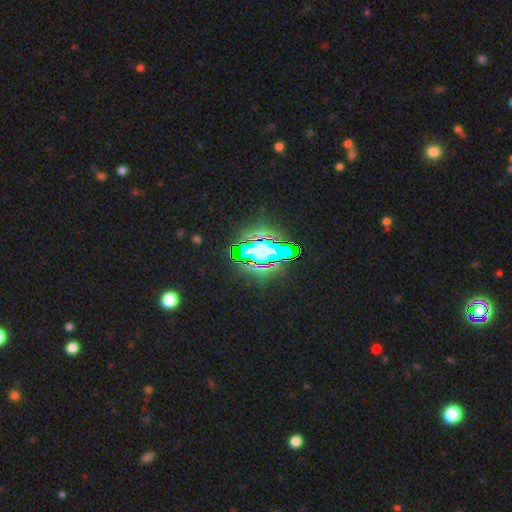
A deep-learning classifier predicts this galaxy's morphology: A star or artifact, not a galaxy (83%).